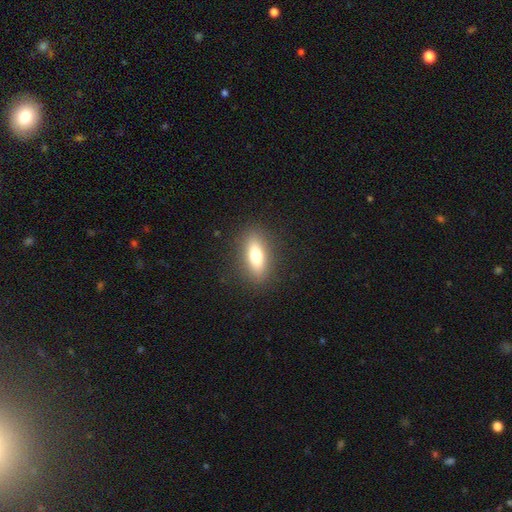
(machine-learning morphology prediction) A smooth galaxy with no disk features (71%) that is in between round and cigar-shaped (65%). Merging: none (87%).